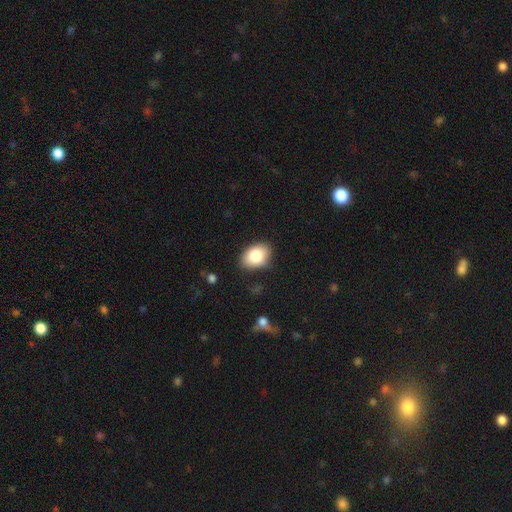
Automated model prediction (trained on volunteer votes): Smooth or featured? smooth (82%)
How rounded? in between (79%)
Merging? none (81%)